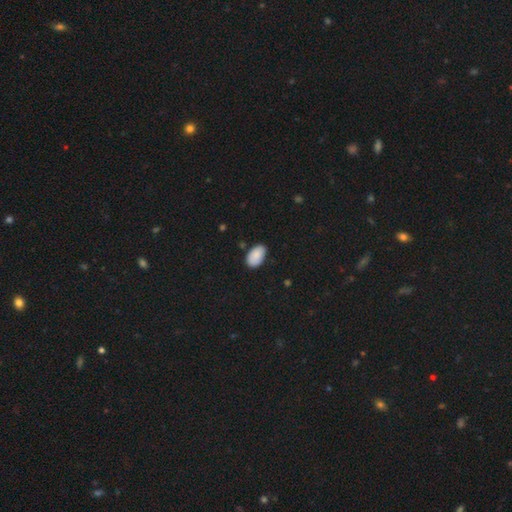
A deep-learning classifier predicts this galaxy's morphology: smooth-or-featured: smooth: 88% | star or artifact: 7% | featured or disk: 5%
  how-rounded: in between: 94% | round: 5% | cigar-shaped: 1%
  merging: none: 76% | minor disturbance: 19% | major disturbance: 3% | merger: 2%